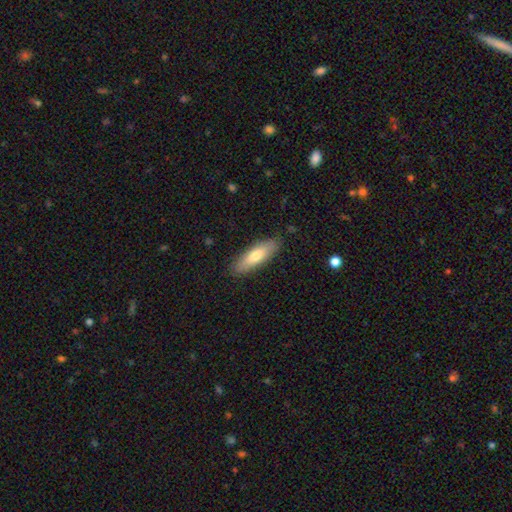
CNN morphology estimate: This is likely a smooth galaxy (72%). How rounded: possibly cigar-shaped (51%). Merging: clearly none (87%).